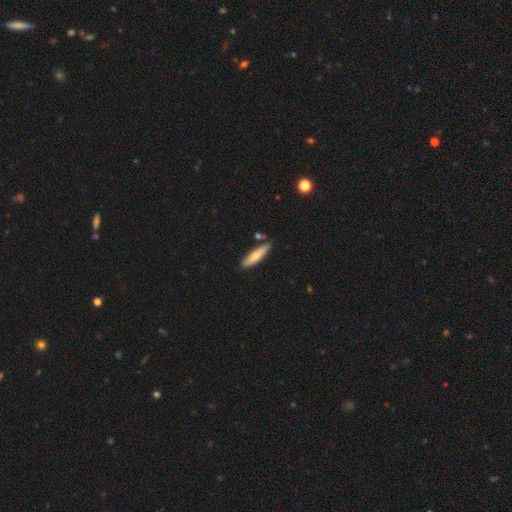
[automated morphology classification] Q: Smooth or featured?
A: smooth (58%); runner-up: featured or disk (36%)
Q: How rounded?
A: cigar-shaped (79%); runner-up: in between (20%)
Q: Merging?
A: none (82%); runner-up: minor disturbance (11%)